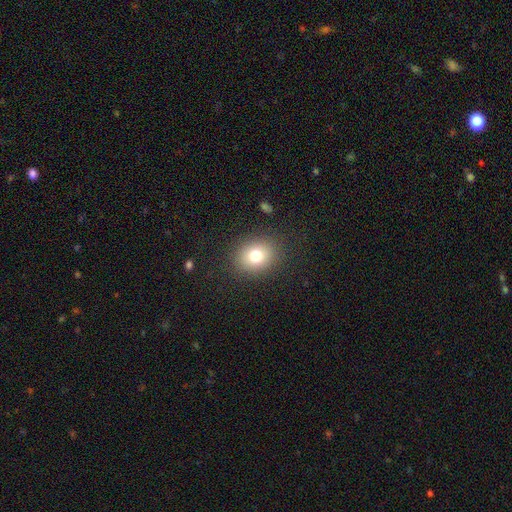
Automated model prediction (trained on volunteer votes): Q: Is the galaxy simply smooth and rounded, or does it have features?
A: smooth — 77%.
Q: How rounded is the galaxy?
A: round — 57%.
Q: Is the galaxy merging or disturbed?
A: none — 87%.